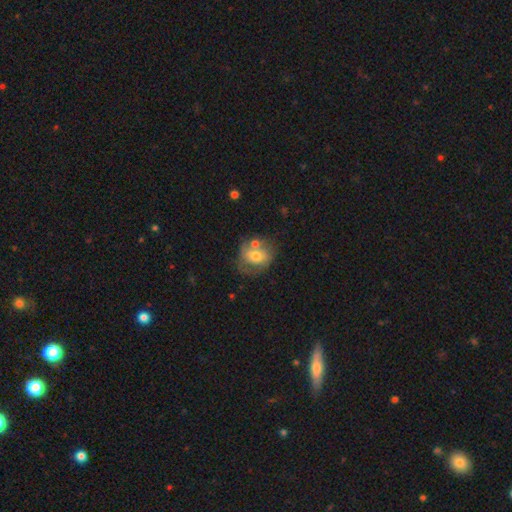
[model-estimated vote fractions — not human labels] smooth-or-featured: smooth: 53% | featured or disk: 39% | star or artifact: 8%
  how-rounded: round: 57% | in between: 42% | cigar-shaped: 1%
  merging: none: 41% | minor disturbance: 23% | merger: 22% | major disturbance: 14%